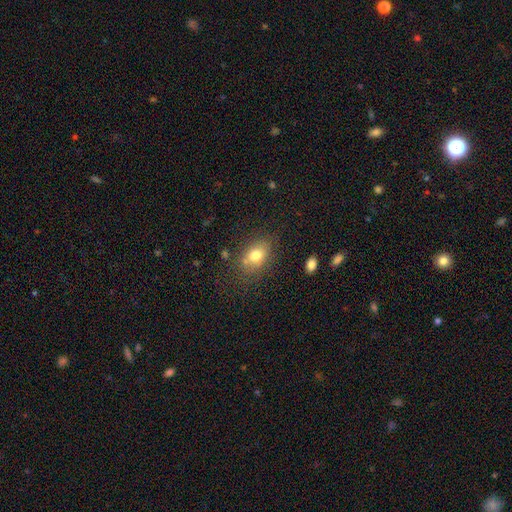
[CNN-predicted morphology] This is likely a smooth galaxy (75%). How rounded: likely in between (75%). Merging: likely none (68%).